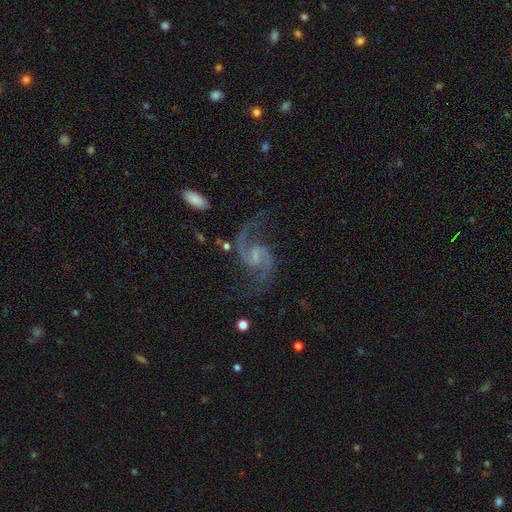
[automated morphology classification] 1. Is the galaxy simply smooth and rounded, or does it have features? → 92% featured or disk, 5% star or artifact, 3% smooth.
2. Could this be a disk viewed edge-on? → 98% no, 2% yes.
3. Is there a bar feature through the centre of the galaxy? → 52% weak, 32% no, 16% strong.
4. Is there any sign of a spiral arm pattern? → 98% yes, 2% no.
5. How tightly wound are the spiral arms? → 57% loose, 38% medium, 5% tight.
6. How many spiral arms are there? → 94% 2, 1% 1, 1% can't tell, 1% 3, 1% 4, 1% more than 4.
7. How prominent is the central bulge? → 44% small, 39% none, 14% moderate, 2% large, 1% dominant.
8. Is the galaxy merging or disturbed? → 73% none, 15% minor disturbance, 10% major disturbance, 3% merger.